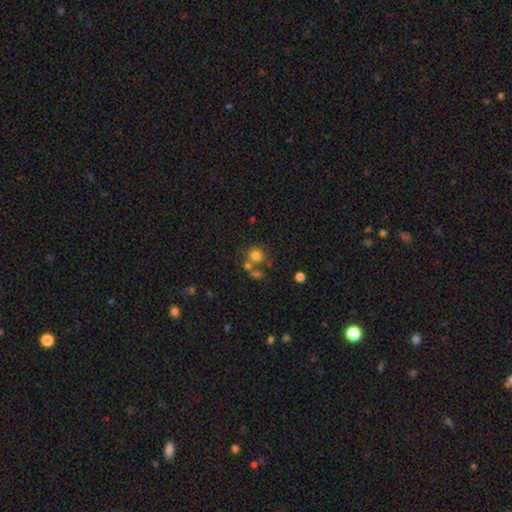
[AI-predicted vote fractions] Q: Smooth or featured?
A: smooth (74%); runner-up: star or artifact (13%)
Q: How rounded?
A: round (86%); runner-up: in between (13%)
Q: Merging?
A: none (54%); runner-up: merger (28%)